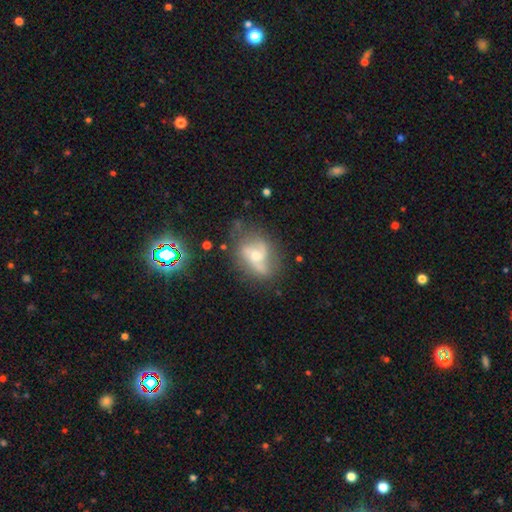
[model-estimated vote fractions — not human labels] A featured or disk galaxy (69%) with no bar (52%), 2 (75%) loose (58%) spiral arms (83%) and a moderate central bulge (52%).

Vote fractions:
- Smooth or featured? featured or disk: 69% / smooth: 20% / star or artifact: 11%
- Edge-on disk? no: 94% / yes: 6%
- Bar? no: 52% / weak: 36% / strong: 12%
- Spiral arms? yes: 83% / no: 17%
- Spiral winding? loose: 58% / medium: 31% / tight: 11%
- Spiral arm count? 2: 75% / can't tell: 13% / 1: 6% / 3: 4% / 4: 1% / more than 4: 1%
- Bulge size? moderate: 52% / small: 39% / large: 4% / none: 3% / dominant: 1%
- Merging? none: 57% / minor disturbance: 25% / major disturbance: 14% / merger: 4%